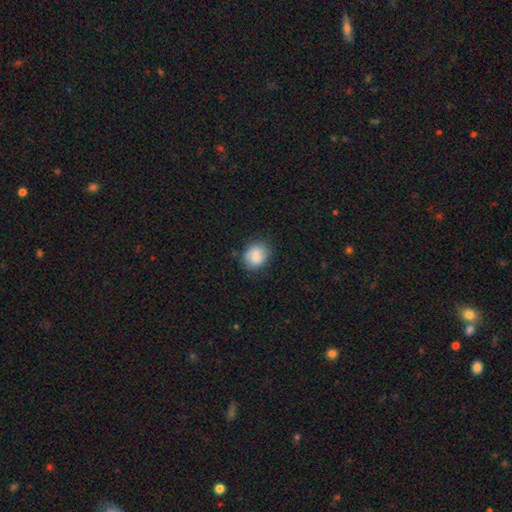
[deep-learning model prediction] A smooth galaxy with no disk features (77%) that is round (53%).

Vote fractions:
- Smooth or featured? smooth: 77% / featured or disk: 14% / star or artifact: 8%
- How rounded? round: 53% / in between: 46% / cigar-shaped: 1%
- Merging? none: 73% / minor disturbance: 20% / major disturbance: 6% / merger: 2%